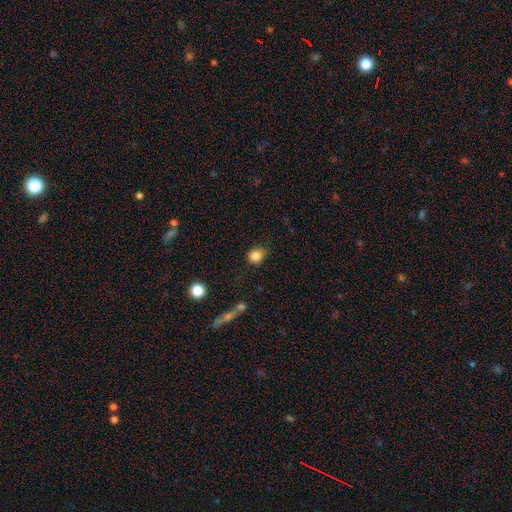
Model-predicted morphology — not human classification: This is clearly a smooth galaxy (84%). How rounded: likely round (71%). Merging: likely none (74%).